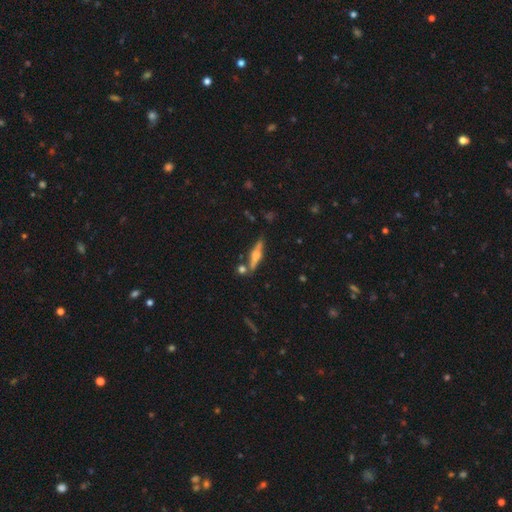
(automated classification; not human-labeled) This is likely a featured or disk galaxy (66%). It is clearly viewed edge-on (96%). Edge-on bulge: clearly rounded (88%). Merging: likely none (78%).